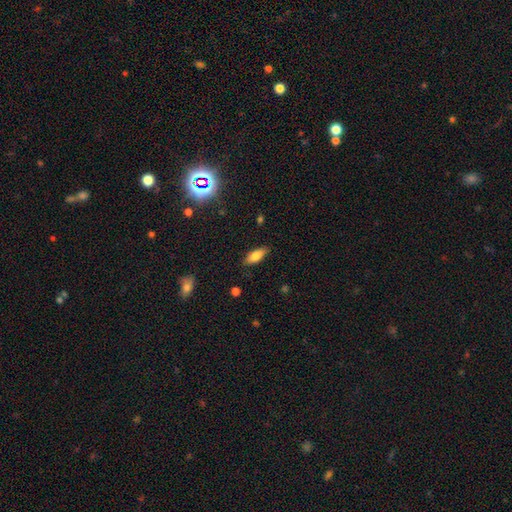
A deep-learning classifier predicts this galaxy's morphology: Smooth or featured: smooth — 77% (featured or disk — 16%)
How rounded: in between — 73% (cigar-shaped — 25%)
Merging: none — 85% (minor disturbance — 11%)